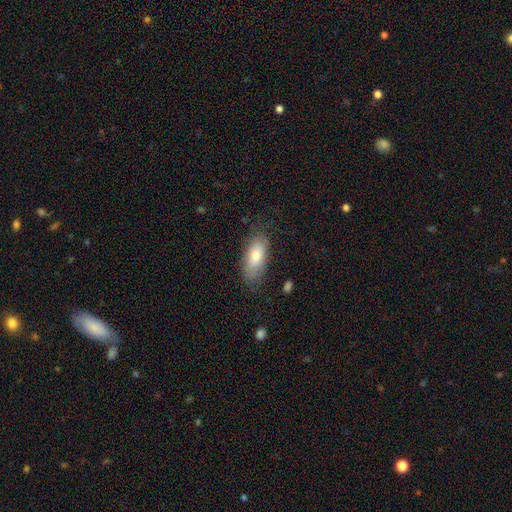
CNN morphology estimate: Overall: smooth (78%). How rounded: in between (83%). Merging: none (73%).